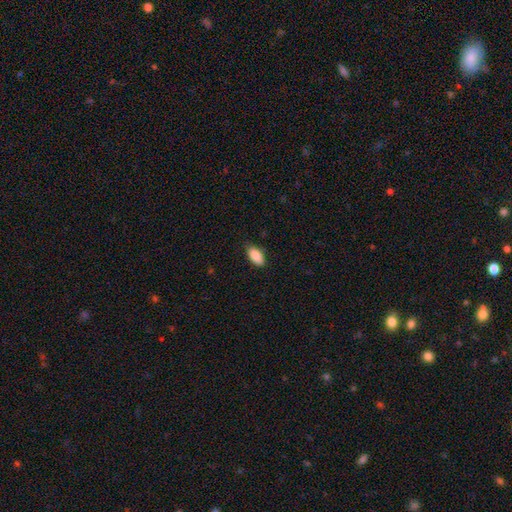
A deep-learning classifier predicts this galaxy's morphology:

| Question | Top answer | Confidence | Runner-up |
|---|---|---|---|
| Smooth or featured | smooth | 89% | star or artifact (7%) |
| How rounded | in between | 92% | cigar-shaped (5%) |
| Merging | none | 83% | minor disturbance (14%) |